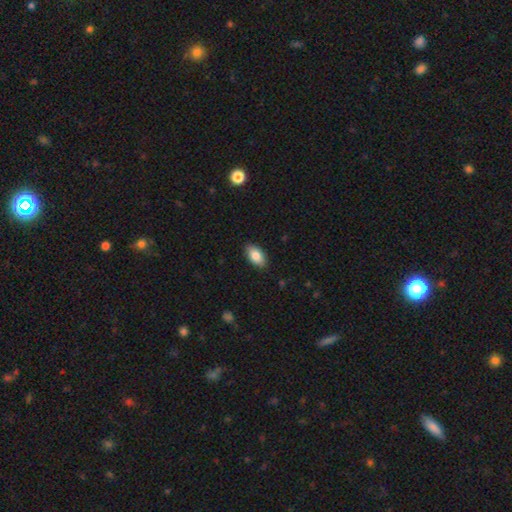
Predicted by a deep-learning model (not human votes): Smooth or featured?
  - smooth: 85% *
  - featured or disk: 8%
  - star or artifact: 7%
How rounded?
  - in between: 93% *
  - round: 4%
  - cigar-shaped: 3%
Merging?
  - none: 88% *
  - minor disturbance: 9%
  - major disturbance: 2%
  - merger: 1%